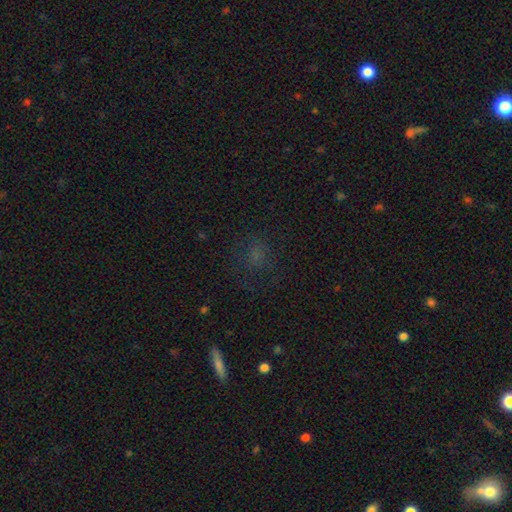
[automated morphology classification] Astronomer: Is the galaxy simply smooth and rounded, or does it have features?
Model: smooth — 57%.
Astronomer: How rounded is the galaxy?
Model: round — 62%.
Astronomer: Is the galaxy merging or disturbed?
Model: none — 74%.